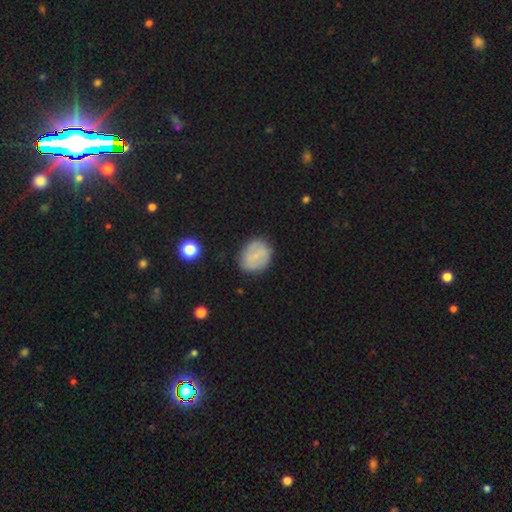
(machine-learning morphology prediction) A smooth galaxy with no disk features (61%) that is round (59%).

Vote fractions:
- Smooth or featured? smooth: 61% / featured or disk: 30% / star or artifact: 9%
- How rounded? round: 59% / in between: 40% / cigar-shaped: 1%
- Merging? none: 80% / minor disturbance: 14% / major disturbance: 4% / merger: 2%